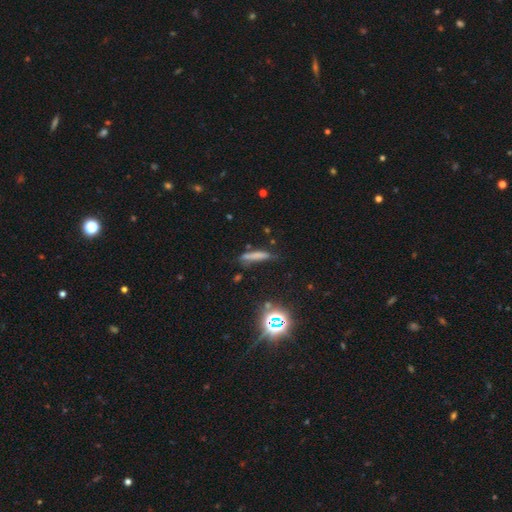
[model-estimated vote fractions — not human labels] Smooth or featured: smooth — 65% (featured or disk — 19%)
How rounded: cigar-shaped — 88% (in between — 9%)
Merging: none — 68% (minor disturbance — 21%)